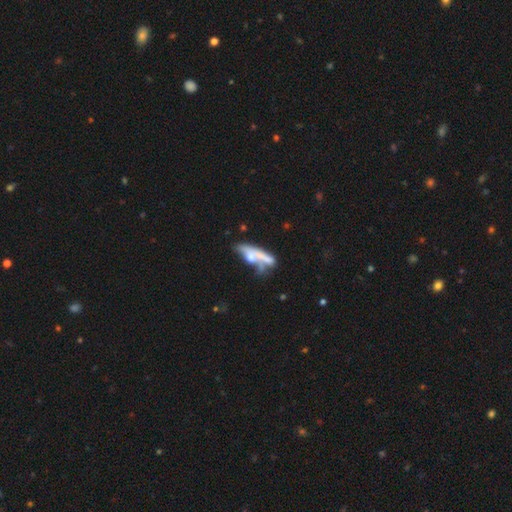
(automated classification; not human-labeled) Overall: smooth (48%; featured or disk 43%). Merging: merger (45%; none 27%).